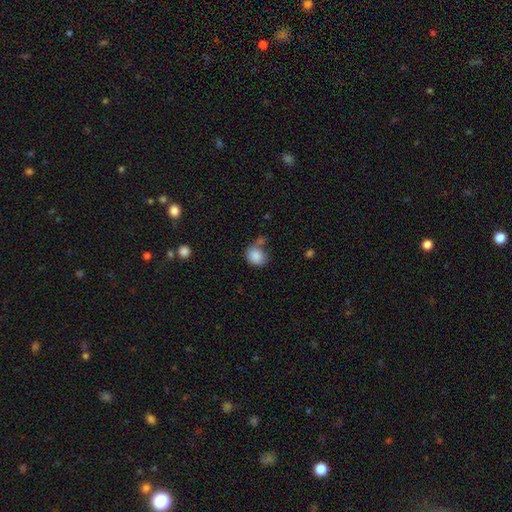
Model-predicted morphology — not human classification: smooth-or-featured: smooth: 85% | star or artifact: 9% | featured or disk: 6%
  how-rounded: round: 59% | in between: 40% | cigar-shaped: 1%
  merging: none: 51% | minor disturbance: 21% | merger: 19% | major disturbance: 8%